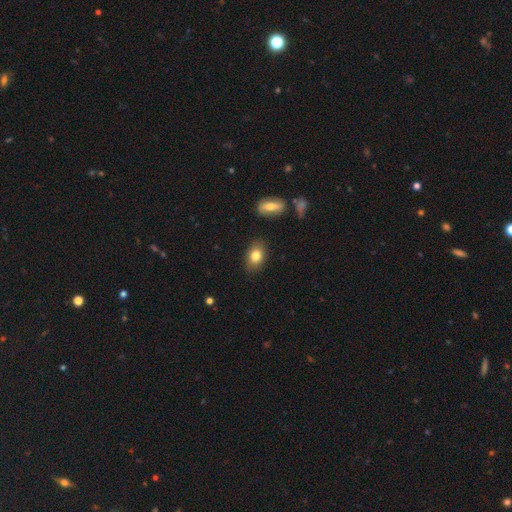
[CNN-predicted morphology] smooth 81%, featured or disk 11%, star or artifact 9%. Down the decision tree: how rounded — in between (79%); merging — none (85%).